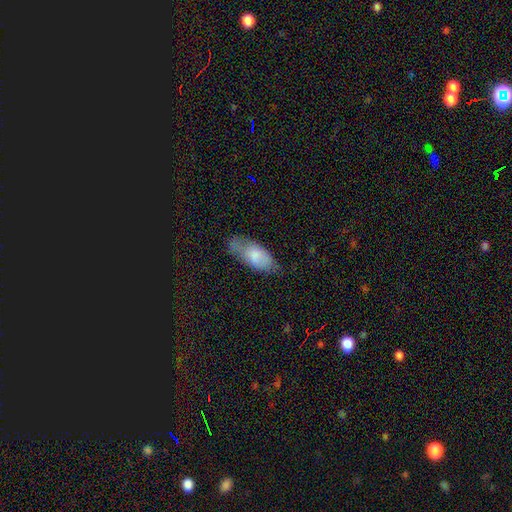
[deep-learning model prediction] smooth_or_featured: smooth (p=0.73) [alt: featured or disk p=0.20]
how_rounded: in between (p=0.85) [alt: cigar-shaped p=0.13]
merging: none (p=0.54) [alt: minor disturbance p=0.33]